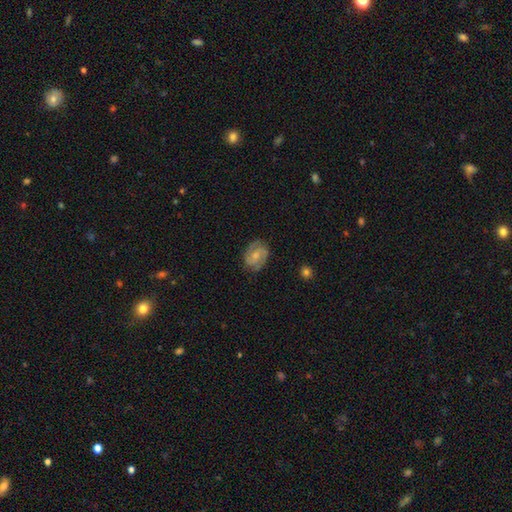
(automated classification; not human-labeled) Smooth or featured?
  - featured or disk: 71% *
  - smooth: 23%
  - star or artifact: 6%
Edge-on disk?
  - no: 98% *
  - yes: 2%
Bar?
  - no: 50% *
  - weak: 42%
  - strong: 8%
Spiral arms?
  - yes: 93% *
  - no: 7%
Spiral winding?
  - medium: 47% *
  - tight: 39%
  - loose: 14%
Spiral arm count?
  - 2: 79% *
  - can't tell: 9%
  - 3: 6%
  - 1: 2%
  - 4: 2%
  - more than 4: 2%
Bulge size?
  - moderate: 45% *
  - small: 42%
  - none: 8%
  - large: 4%
  - dominant: 1%
Merging?
  - none: 76% *
  - minor disturbance: 17%
  - major disturbance: 5%
  - merger: 1%